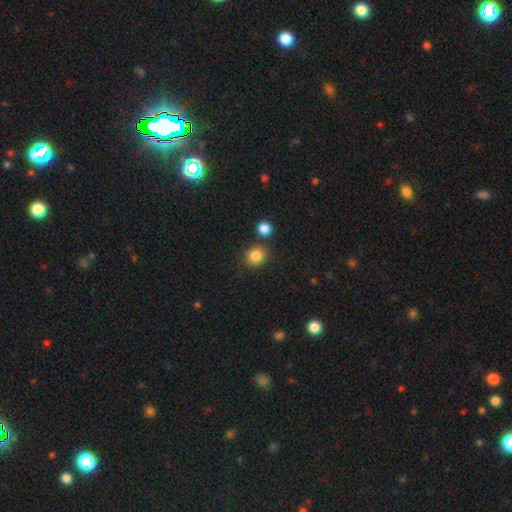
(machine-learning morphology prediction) A smooth galaxy with no disk features (84%) that is round (82%). Merging: none (79%).